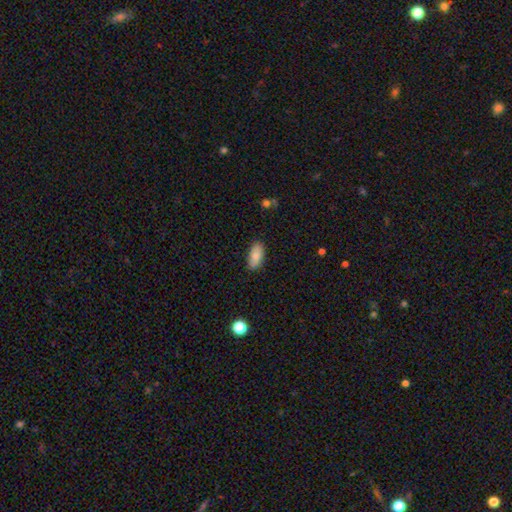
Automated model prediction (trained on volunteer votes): smooth-or-featured: smooth: 83% | featured or disk: 10% | star or artifact: 7%
  how-rounded: in between: 90% | cigar-shaped: 8% | round: 3%
  merging: none: 83% | minor disturbance: 13% | major disturbance: 2% | merger: 1%